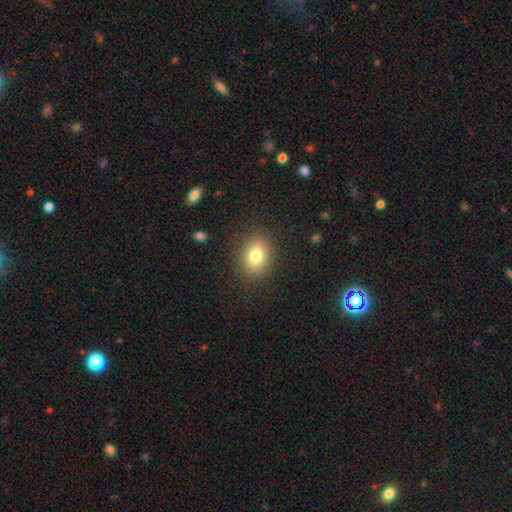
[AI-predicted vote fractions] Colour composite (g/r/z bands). It shows a smooth galaxy with no disk features (80%) that is in between round and cigar-shaped (52%). Merging: none (86%).